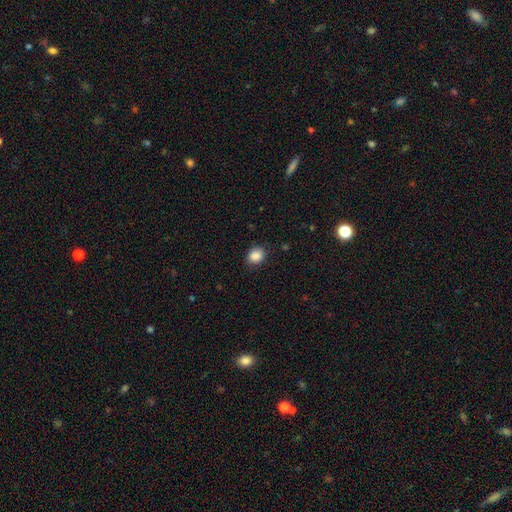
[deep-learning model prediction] smooth-or-featured: smooth: 87% | star or artifact: 9% | featured or disk: 4%
  how-rounded: round: 71% | in between: 28% | cigar-shaped: 1%
  merging: none: 84% | minor disturbance: 12% | major disturbance: 3% | merger: 1%